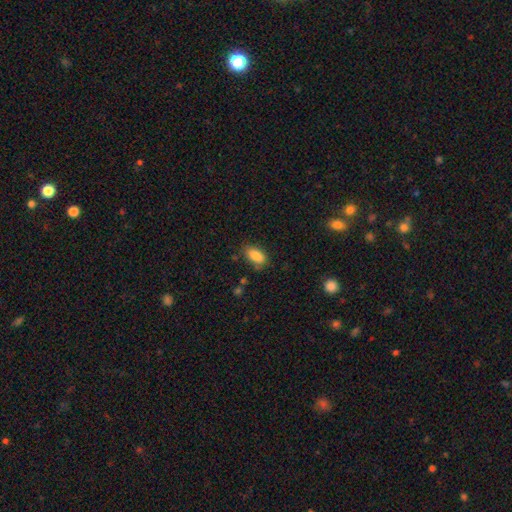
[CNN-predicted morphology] smooth 86%, star or artifact 8%, featured or disk 6%. Down the decision tree: how rounded — in between (91%); merging — none (75%).